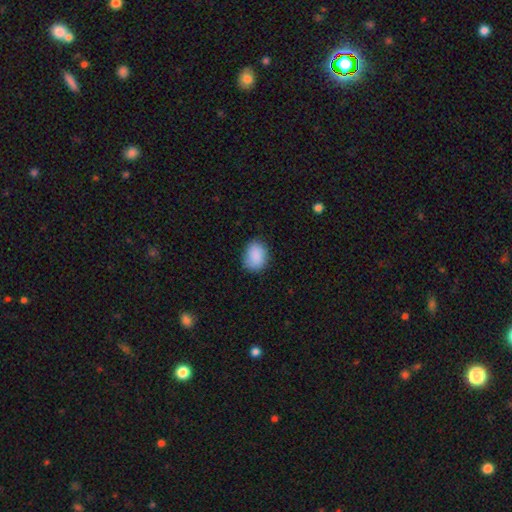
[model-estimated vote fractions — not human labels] A smooth galaxy with no disk features (88%) that is in between round and cigar-shaped (61%). Merging: none (80%).